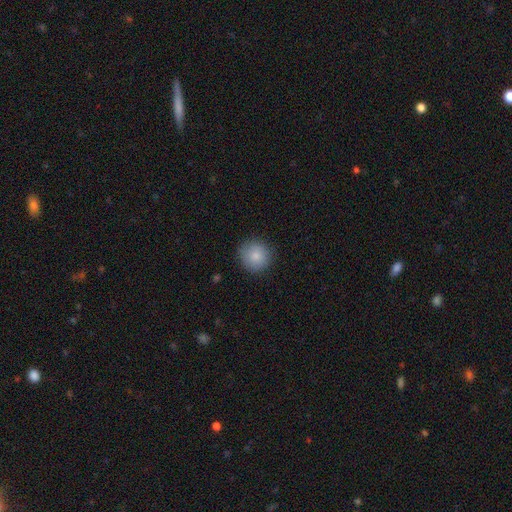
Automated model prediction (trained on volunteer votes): Smooth or featured: smooth — 86% (star or artifact — 8%)
How rounded: round — 93% (in between — 6%)
Merging: none — 87% (minor disturbance — 9%)